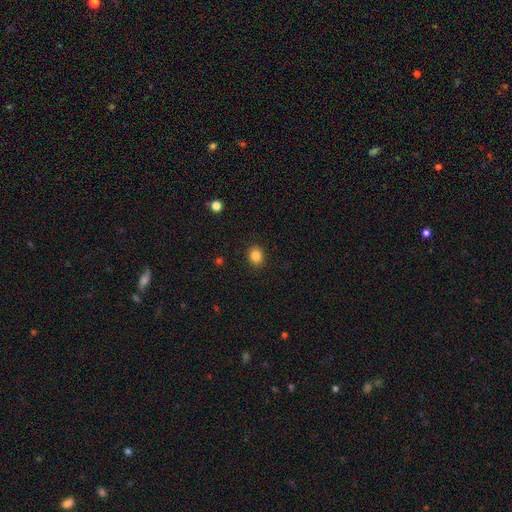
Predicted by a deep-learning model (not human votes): Smooth or featured? Predicted: smooth (p=0.85). How rounded? Predicted: round (p=0.60). Merging? Predicted: none (p=0.90).